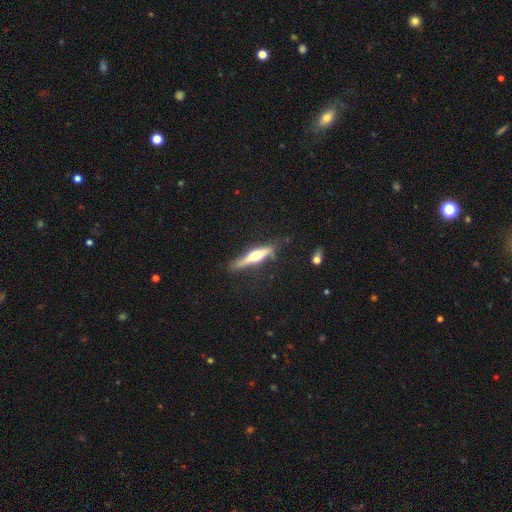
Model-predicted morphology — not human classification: Smooth or featured? Predicted: featured or disk (p=0.63). Edge-on disk? Predicted: yes (p=0.95). Edge-on bulge? Predicted: rounded (p=0.89). Merging? Predicted: none (p=0.74).